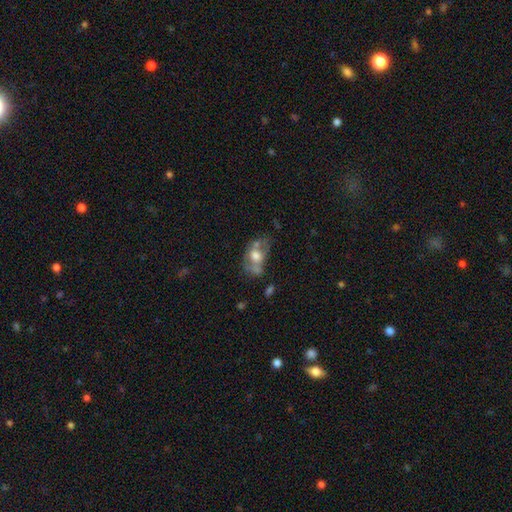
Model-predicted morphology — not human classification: Smooth or featured: featured or disk — 47% (smooth — 44%)
Merging: none — 33% (minor disturbance — 24%)